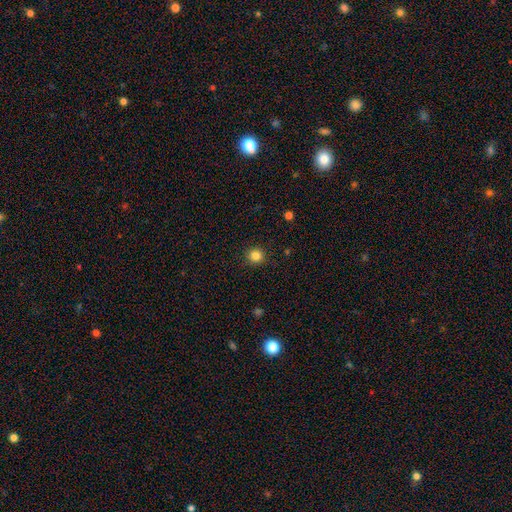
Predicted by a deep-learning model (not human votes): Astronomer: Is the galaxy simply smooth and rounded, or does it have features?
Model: smooth — 83%.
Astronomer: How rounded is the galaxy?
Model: round — 94%.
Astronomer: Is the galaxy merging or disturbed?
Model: none — 91%.